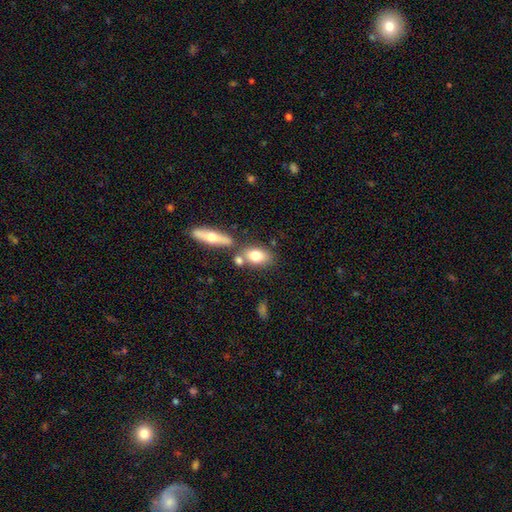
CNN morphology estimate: type=smooth (75%); roundness=in between (84%); merging=none (58%).